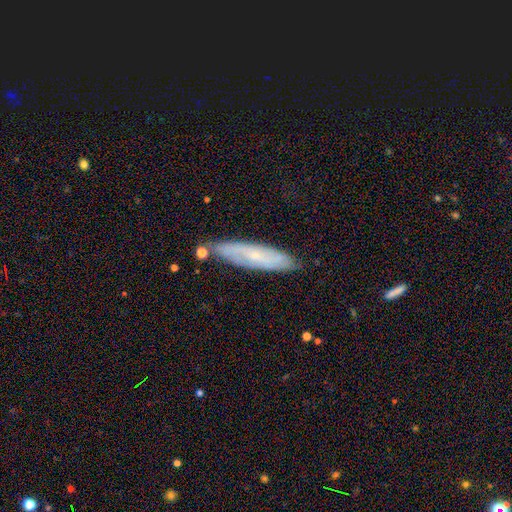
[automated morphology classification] Smooth or featured? Predicted: featured or disk (p=0.54). Edge-on disk? Predicted: no (p=0.59). Merging? Predicted: none (p=0.80).